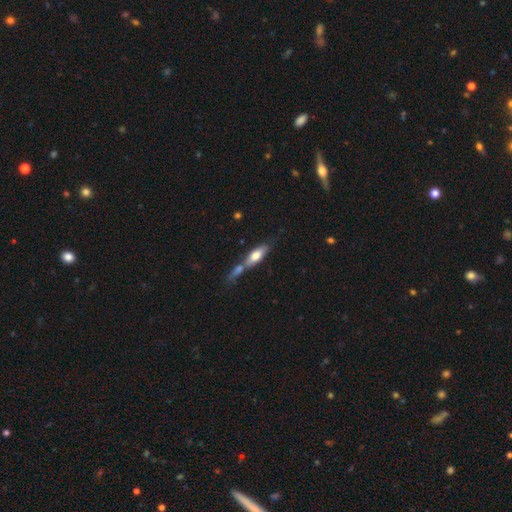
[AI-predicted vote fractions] Smooth or featured? Predicted: smooth (p=0.63). How rounded? Predicted: in between (p=0.58). Merging? Predicted: merger (p=0.47).